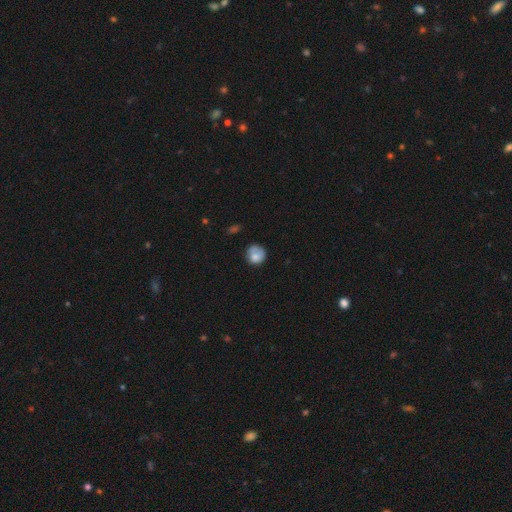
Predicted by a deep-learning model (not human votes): smooth 75%, featured or disk 16%, star or artifact 9%. Down the decision tree: how rounded — round (84%); merging — none (57%).